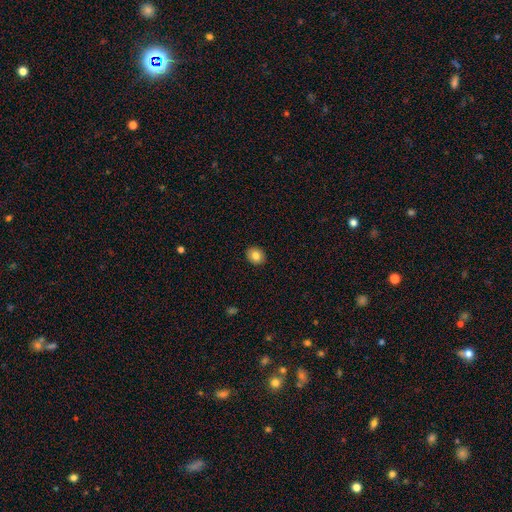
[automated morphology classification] smooth 82%, featured or disk 9%, star or artifact 9%. Down the decision tree: how rounded — round (64%); merging — none (92%).